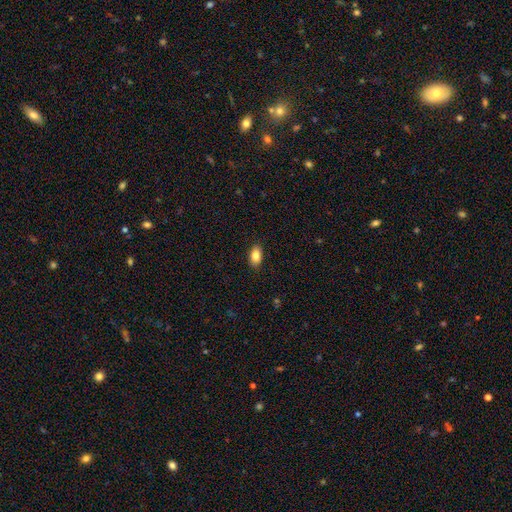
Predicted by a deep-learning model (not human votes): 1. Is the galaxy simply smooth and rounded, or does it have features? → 84% smooth, 8% featured or disk, 8% star or artifact.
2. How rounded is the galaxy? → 91% in between, 7% round, 2% cigar-shaped.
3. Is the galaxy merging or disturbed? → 89% none, 8% minor disturbance, 2% major disturbance, 1% merger.